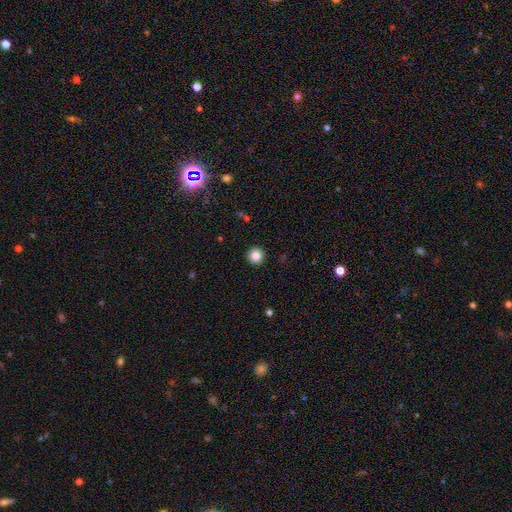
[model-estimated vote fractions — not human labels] The model was most divided on "smooth or featured": smooth: 84%, star or artifact: 10%, featured or disk: 6%. More confident: how rounded — round (95%); merging — none (93%).